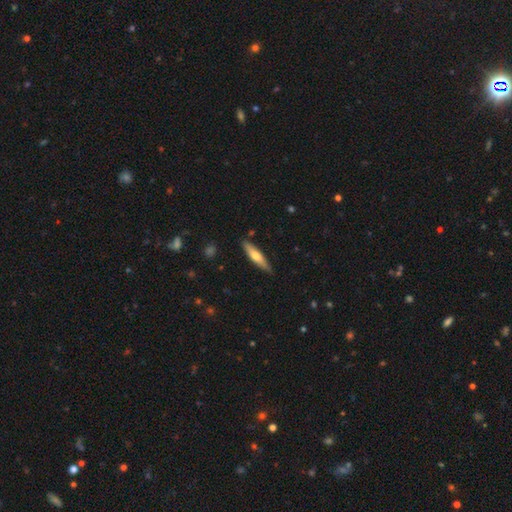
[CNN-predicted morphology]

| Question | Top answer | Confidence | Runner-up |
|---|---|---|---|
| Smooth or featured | smooth | 56% | featured or disk (39%) |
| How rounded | cigar-shaped | 79% | in between (19%) |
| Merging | none | 86% | minor disturbance (11%) |